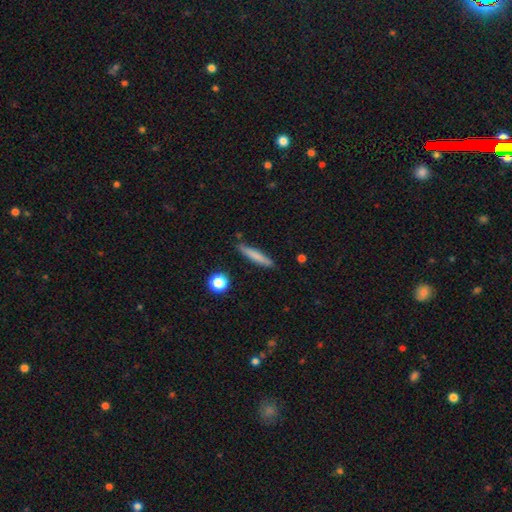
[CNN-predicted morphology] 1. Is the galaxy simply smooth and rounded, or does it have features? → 72% smooth, 21% featured or disk, 7% star or artifact.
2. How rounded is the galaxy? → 92% cigar-shaped, 6% in between, 2% round.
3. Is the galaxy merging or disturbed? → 86% none, 10% minor disturbance, 2% merger, 2% major disturbance.